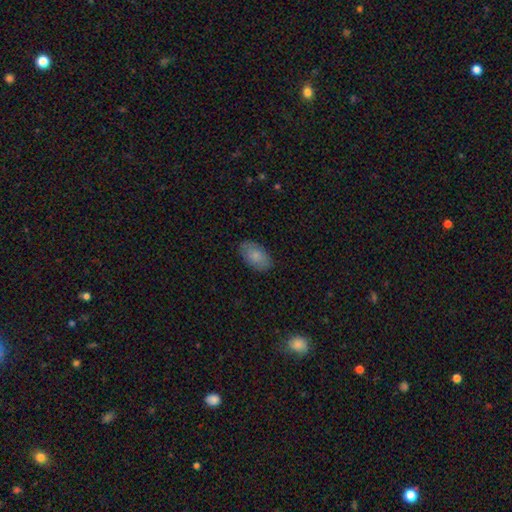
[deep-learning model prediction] Overall: smooth (81%). How rounded: in between (94%). Merging: none (85%).